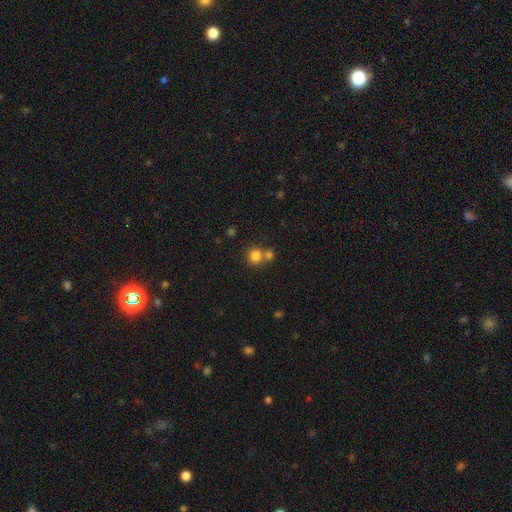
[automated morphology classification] This appears to be a smooth galaxy with no disk features (81%) that is round (88%). Merging: none (56%).